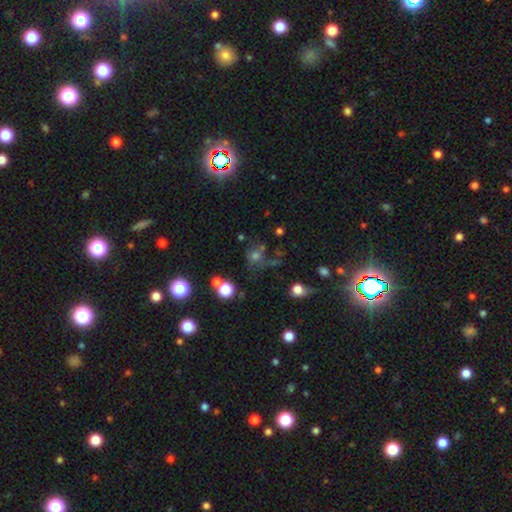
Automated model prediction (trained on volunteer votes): Overall: smooth (52%; star or artifact 33%). How rounded: round (80%). Merging: none (57%).